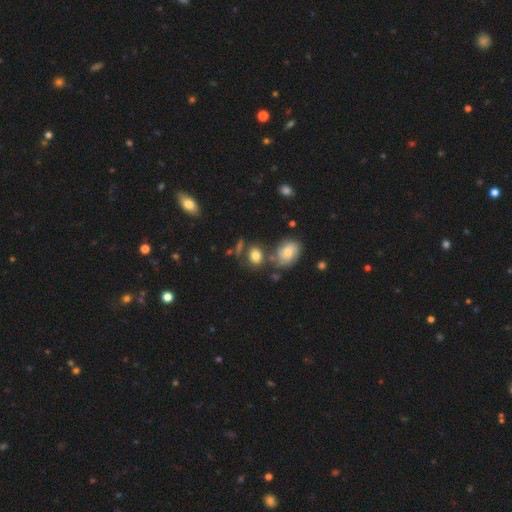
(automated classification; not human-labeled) The model was most divided on "how rounded": in between: 55%, round: 43%, cigar-shaped: 2%. More confident: smooth or featured — smooth (73%); merging — none (59%).